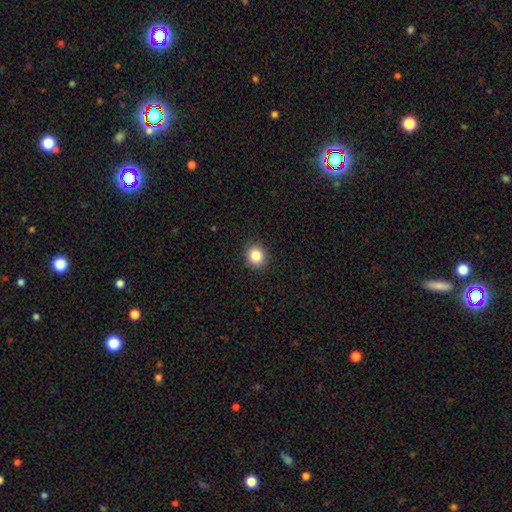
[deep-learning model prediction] Smooth or featured: smooth — 85% (star or artifact — 10%)
How rounded: round — 82% (in between — 17%)
Merging: none — 91% (minor disturbance — 6%)